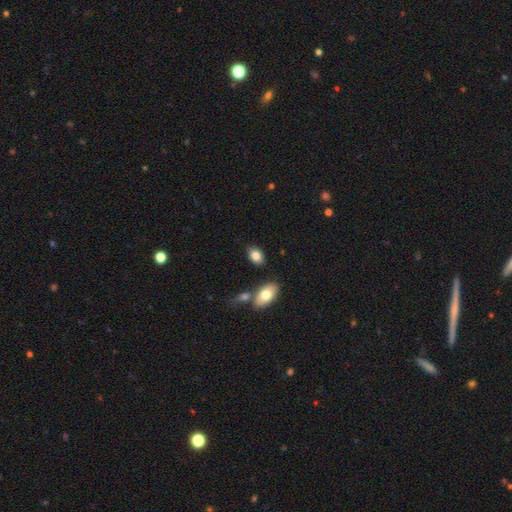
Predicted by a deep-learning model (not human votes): smooth 82%, featured or disk 10%, star or artifact 8%. Down the decision tree: how rounded — in between (87%); merging — none (79%).